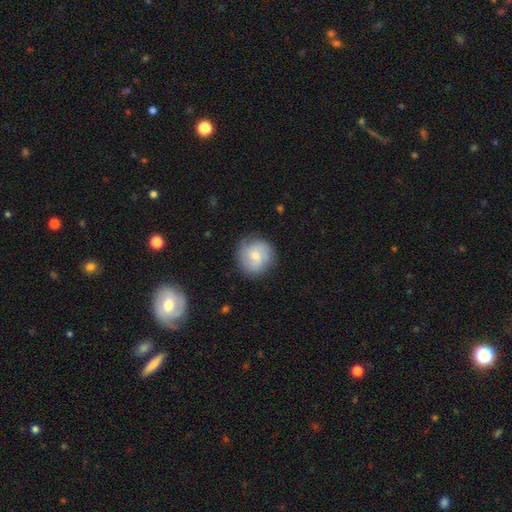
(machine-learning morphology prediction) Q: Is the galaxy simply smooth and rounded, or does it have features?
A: smooth — 49%.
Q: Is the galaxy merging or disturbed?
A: none — 81%.